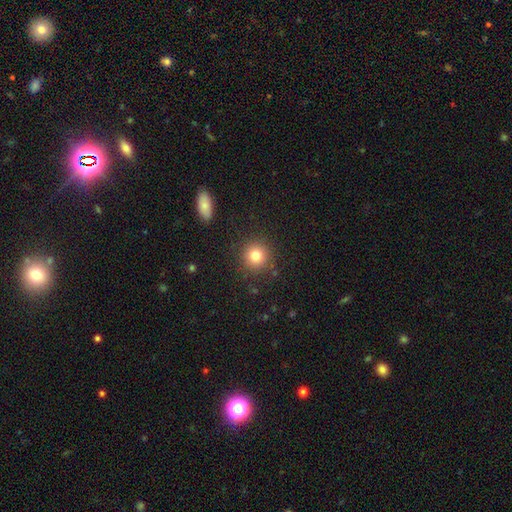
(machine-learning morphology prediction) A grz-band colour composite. It shows a smooth galaxy with no disk features (80%) that is round (93%). Merging: none (88%).